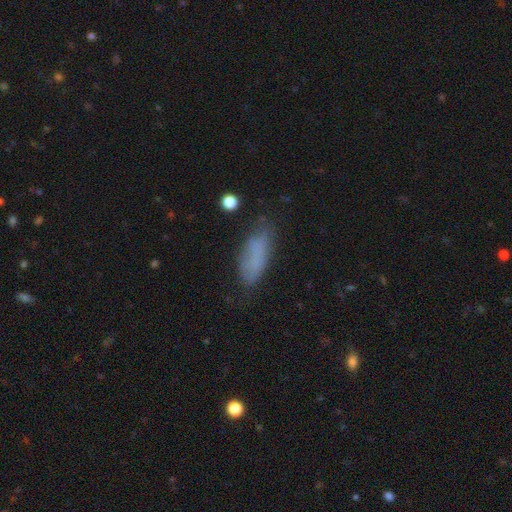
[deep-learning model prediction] Smooth or featured? smooth (74%)
How rounded? in between (68%)
Merging? none (64%)